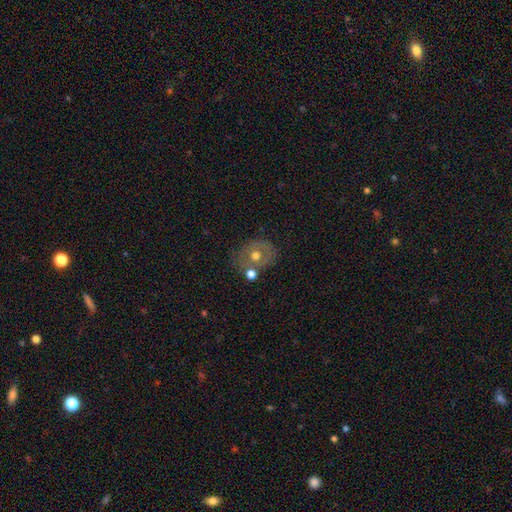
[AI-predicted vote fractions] Overall: featured or disk (45%; smooth 44%). Merging: none (60%).